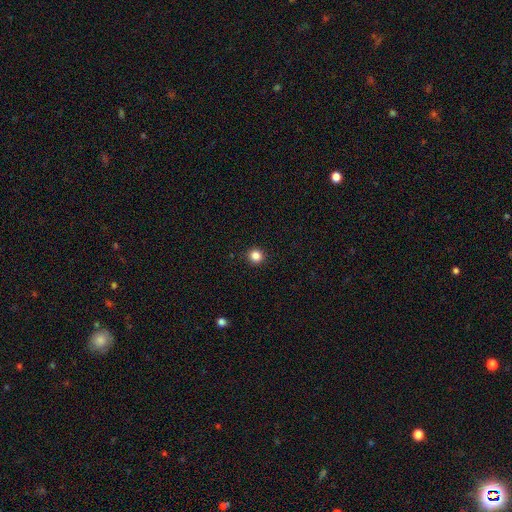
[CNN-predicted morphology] Smooth or featured: smooth — 85% (star or artifact — 12%)
How rounded: round — 94% (in between — 5%)
Merging: none — 93% (minor disturbance — 4%)